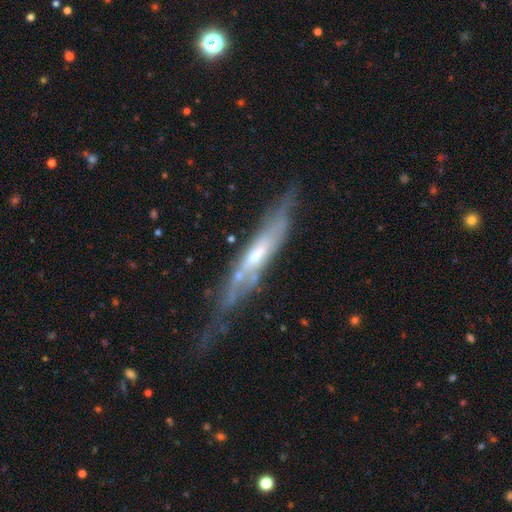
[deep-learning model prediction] This appears to be a featured or disk galaxy (72%) viewed edge-on (63%). Merging: none (49%).